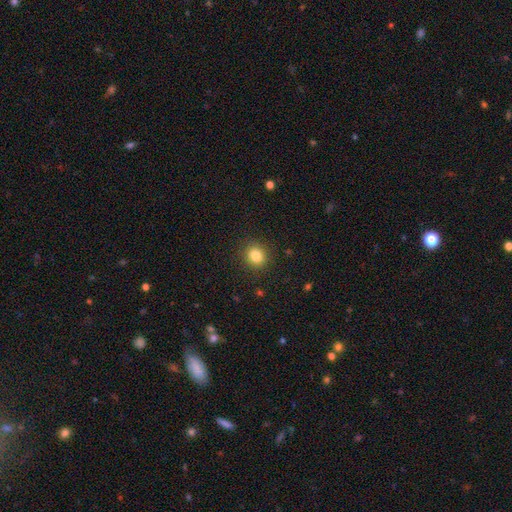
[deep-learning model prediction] Smooth or featured? smooth (83%)
How rounded? round (83%)
Merging? none (90%)